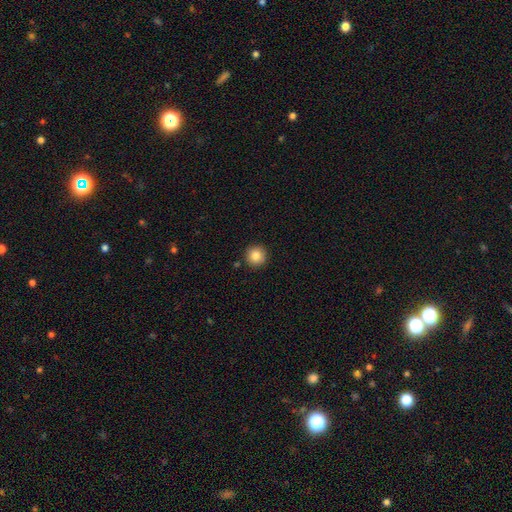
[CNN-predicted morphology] type=smooth (85%); roundness=round (96%); merging=none (91%).